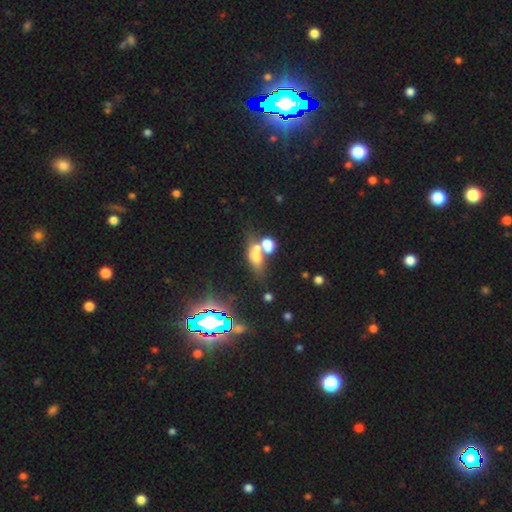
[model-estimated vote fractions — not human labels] Smooth or featured?
  - smooth: 58% *
  - featured or disk: 23%
  - star or artifact: 19%
How rounded?
  - in between: 61% *
  - round: 28%
  - cigar-shaped: 11%
Merging?
  - merger: 54% *
  - none: 30%
  - minor disturbance: 9%
  - major disturbance: 7%